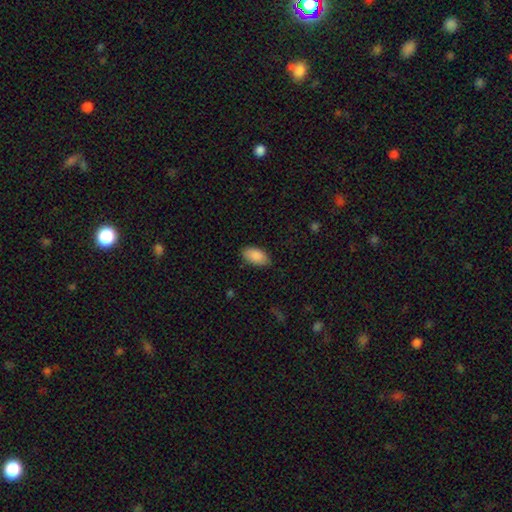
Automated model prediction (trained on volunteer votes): Smooth or featured? Predicted: smooth (p=0.90). How rounded? Predicted: in between (p=0.95). Merging? Predicted: none (p=0.83).